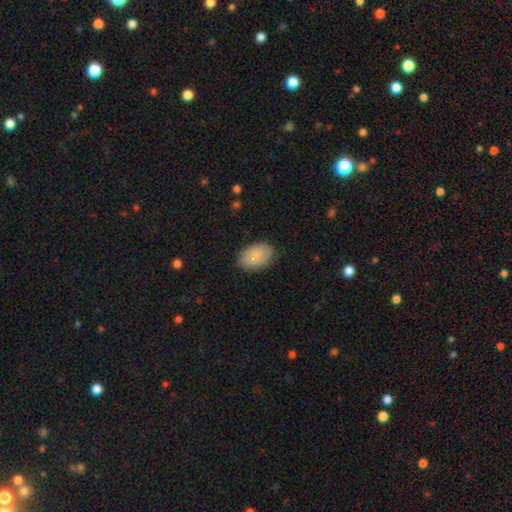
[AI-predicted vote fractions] smooth 83%, featured or disk 10%, star or artifact 6%. Down the decision tree: how rounded — in between (88%); merging — none (80%).